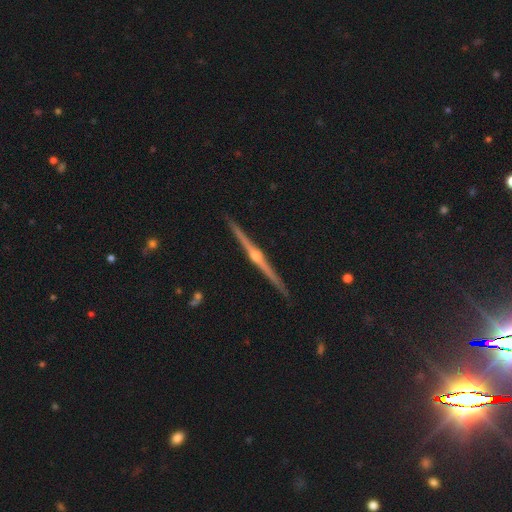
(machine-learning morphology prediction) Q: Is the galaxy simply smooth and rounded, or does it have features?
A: featured or disk — 88%.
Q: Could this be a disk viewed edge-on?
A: yes — 99%.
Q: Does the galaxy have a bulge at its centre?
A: rounded — 91%.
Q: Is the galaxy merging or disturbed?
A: none — 93%.